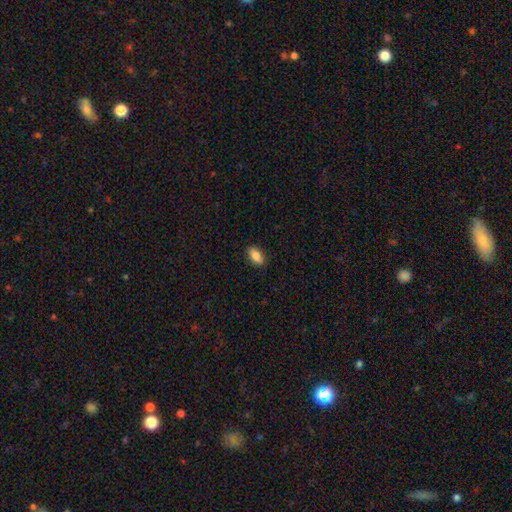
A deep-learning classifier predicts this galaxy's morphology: Smooth or featured? Predicted: smooth (p=0.85). How rounded? Predicted: in between (p=0.90). Merging? Predicted: none (p=0.87).